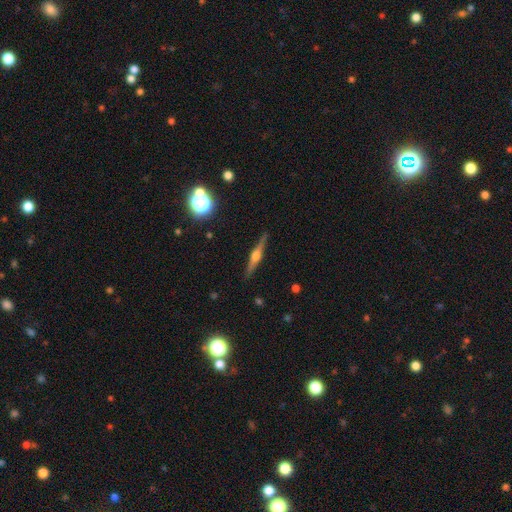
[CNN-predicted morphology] Smooth or featured: featured or disk — 76% (smooth — 17%)
Edge-on disk: yes — 98% (no — 2%)
Edge-on bulge: rounded — 89% (boxy — 8%)
Merging: none — 89% (minor disturbance — 8%)